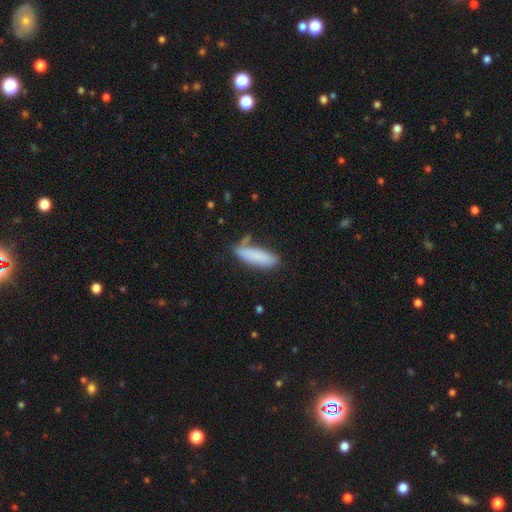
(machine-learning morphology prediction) A smooth galaxy with no disk features (84%) that is cigar-shaped (57%). Merging: none (63%).